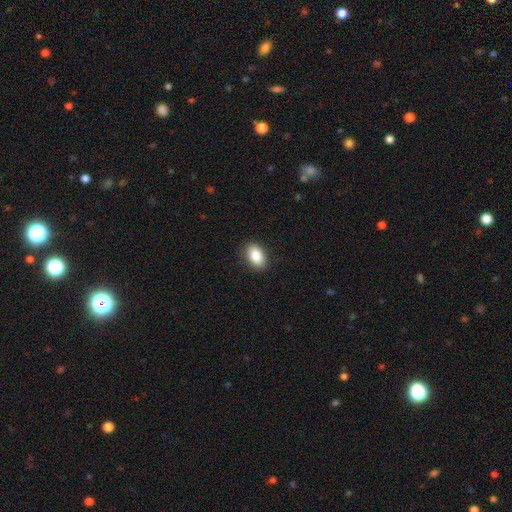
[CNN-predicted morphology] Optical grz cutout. It shows a smooth galaxy with no disk features (86%) that is in between round and cigar-shaped (87%). Merging: none (89%).